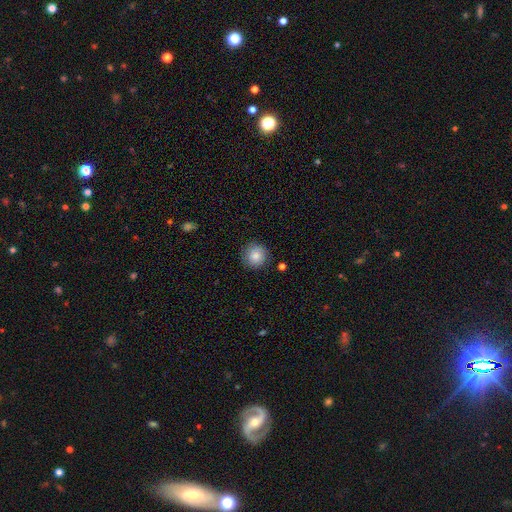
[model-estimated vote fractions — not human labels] A smooth galaxy with no disk features (81%) that is round (93%). Merging: none (86%).